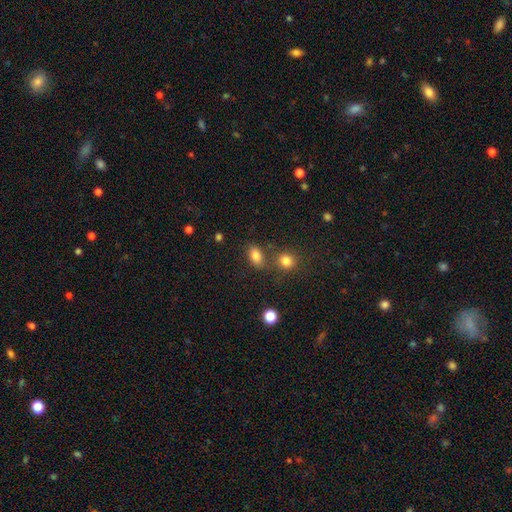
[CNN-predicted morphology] Smooth or featured? Predicted: smooth (p=0.82). How rounded? Predicted: in between (p=0.81). Merging? Predicted: none (p=0.68).